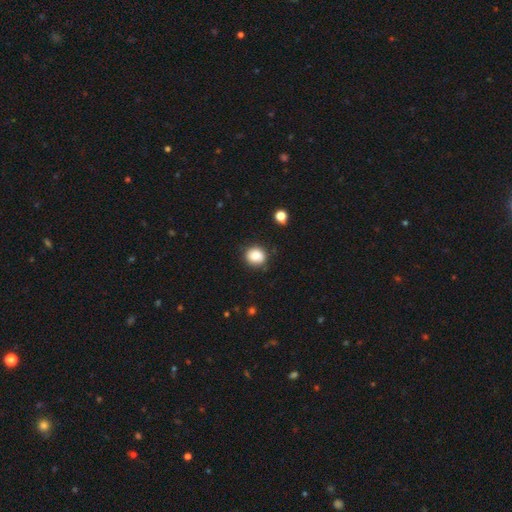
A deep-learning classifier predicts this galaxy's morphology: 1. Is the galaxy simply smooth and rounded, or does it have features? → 84% smooth, 10% star or artifact, 6% featured or disk.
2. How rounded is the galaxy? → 80% round, 19% in between, 1% cigar-shaped.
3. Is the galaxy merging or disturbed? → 81% none, 14% minor disturbance, 3% major disturbance, 2% merger.